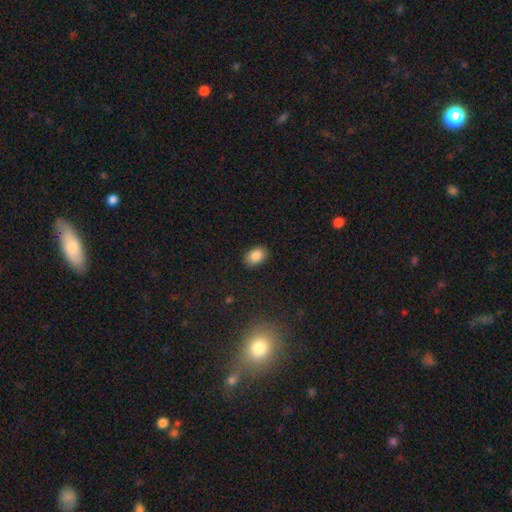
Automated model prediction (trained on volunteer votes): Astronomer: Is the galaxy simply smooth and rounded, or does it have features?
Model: smooth — 86%.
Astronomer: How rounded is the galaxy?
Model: in between — 80%.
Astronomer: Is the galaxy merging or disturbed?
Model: none — 88%.